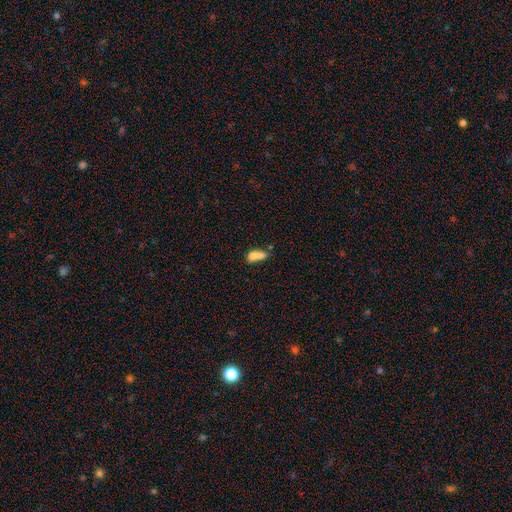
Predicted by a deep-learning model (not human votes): smooth 70%, featured or disk 19%, star or artifact 11%. Down the decision tree: how rounded — in between (68%); merging — merger (49%).